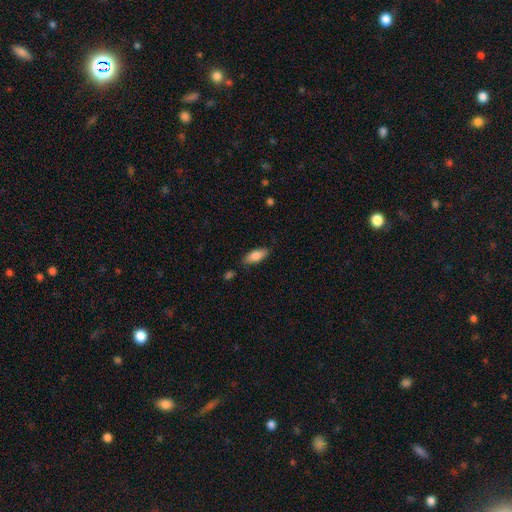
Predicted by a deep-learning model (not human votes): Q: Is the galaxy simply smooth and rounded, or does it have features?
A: smooth — 81%.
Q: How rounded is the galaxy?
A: in between — 80%.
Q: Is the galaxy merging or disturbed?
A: none — 81%.